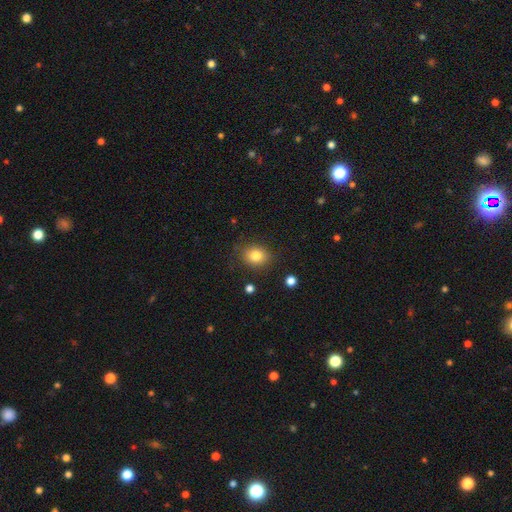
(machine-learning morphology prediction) Q: Smooth or featured?
A: smooth (81%); runner-up: star or artifact (11%)
Q: How rounded?
A: round (61%); runner-up: in between (38%)
Q: Merging?
A: none (82%); runner-up: minor disturbance (13%)